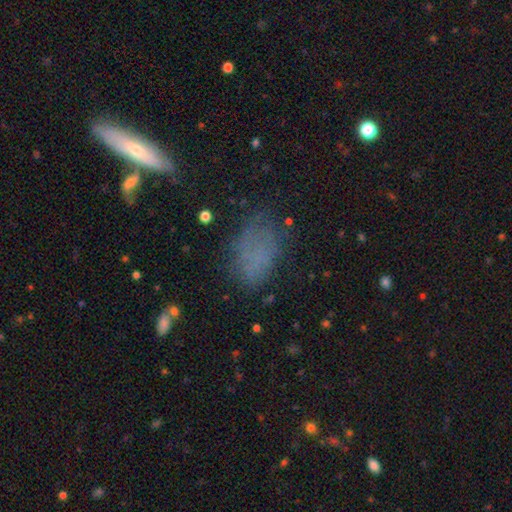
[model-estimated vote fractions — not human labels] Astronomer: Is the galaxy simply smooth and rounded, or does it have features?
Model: smooth — 66%.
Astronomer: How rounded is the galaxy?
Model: in between — 83%.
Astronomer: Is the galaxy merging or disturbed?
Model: none — 60%.